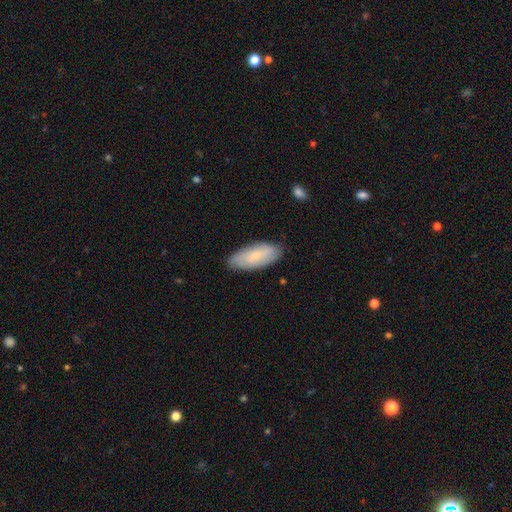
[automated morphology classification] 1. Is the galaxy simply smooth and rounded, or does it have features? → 65% smooth, 29% featured or disk, 6% star or artifact.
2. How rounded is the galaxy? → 80% in between, 18% cigar-shaped, 2% round.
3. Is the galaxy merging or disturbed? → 81% none, 15% minor disturbance, 3% major disturbance, 1% merger.